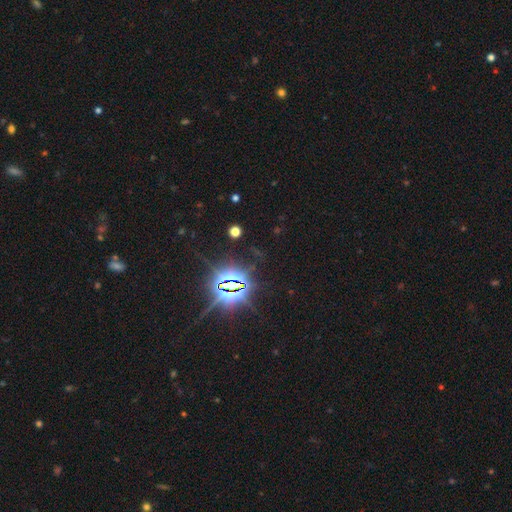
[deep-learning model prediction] A star or artifact, not a galaxy (86%).